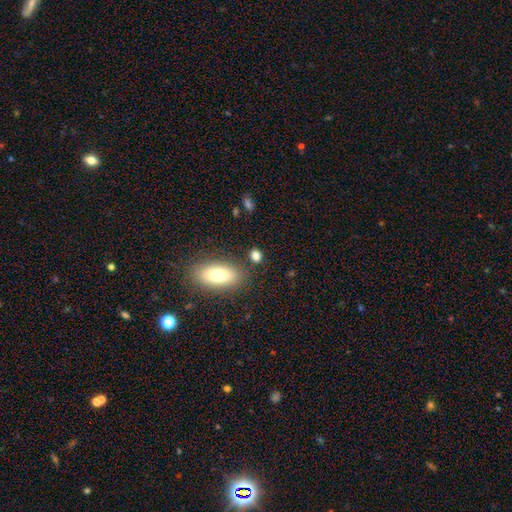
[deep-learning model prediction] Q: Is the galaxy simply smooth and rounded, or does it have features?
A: smooth — 81%.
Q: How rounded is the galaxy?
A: in between — 57%.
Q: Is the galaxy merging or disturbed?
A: none — 77%.